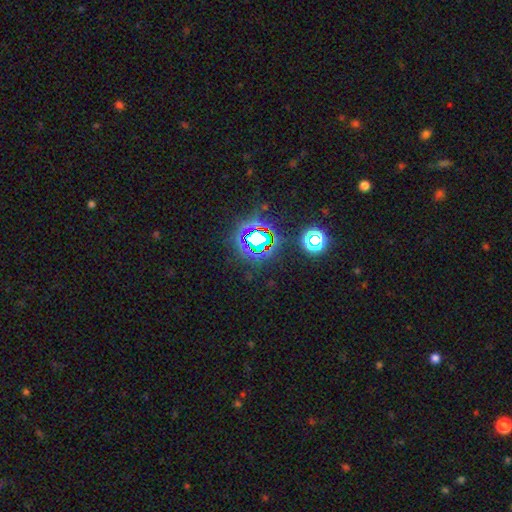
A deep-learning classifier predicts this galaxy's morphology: Overall: star or artifact (81%).